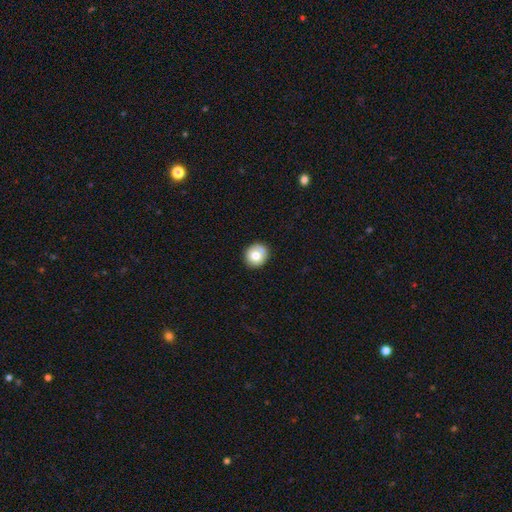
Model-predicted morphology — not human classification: smooth-or-featured: smooth: 74% | featured or disk: 16% | star or artifact: 9%
  how-rounded: round: 89% | in between: 10% | cigar-shaped: 1%
  merging: none: 83% | minor disturbance: 12% | merger: 3% | major disturbance: 3%